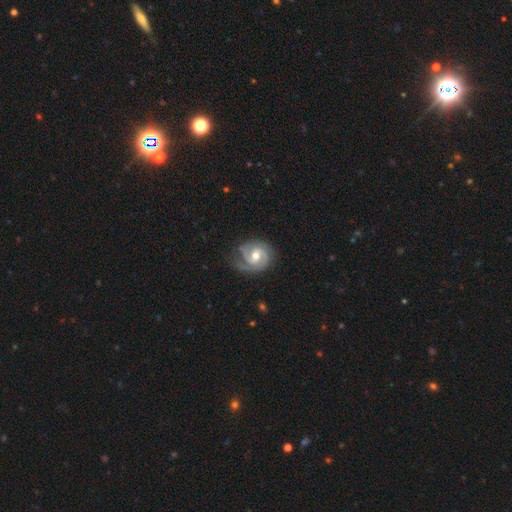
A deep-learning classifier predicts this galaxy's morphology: smooth_or_featured: featured or disk (p=0.87) [alt: smooth p=0.08]
disk_edge_on: no (p=0.98) [alt: yes p=0.02]
bar: no (p=0.44) [tied with: weak p=0.44]
has_spiral_arms: yes (p=0.97) [alt: no p=0.03]
spiral_winding: tight (p=0.51) [alt: medium p=0.40]
spiral_arm_count: 2 (p=0.74) [alt: 3 p=0.11]
bulge_size: moderate (p=0.71) [alt: small p=0.22]
merging: none (p=0.67) [alt: minor disturbance p=0.22]